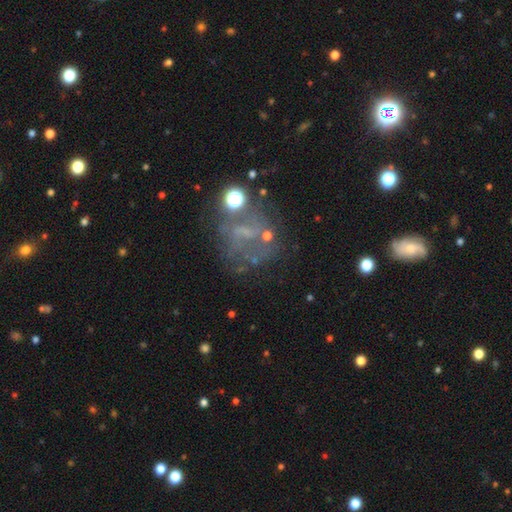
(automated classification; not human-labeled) A featured or disk galaxy (43%). Merging: none (48%).